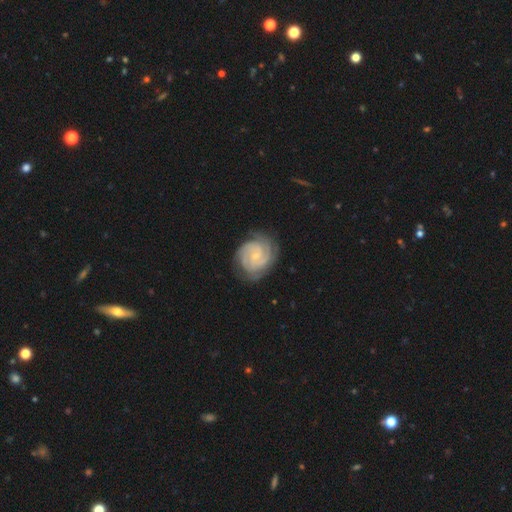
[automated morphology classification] Smooth or featured?
  - featured or disk: 88% *
  - smooth: 7%
  - star or artifact: 5%
Edge-on disk?
  - no: 98% *
  - yes: 2%
Bar?
  - no: 61% *
  - weak: 32%
  - strong: 7%
Spiral arms?
  - yes: 98% *
  - no: 2%
Spiral winding?
  - tight: 73% *
  - medium: 24%
  - loose: 3%
Spiral arm count?
  - 2: 34% *
  - 3: 31%
  - can't tell: 15%
  - 4: 10%
  - more than 4: 5%
  - 1: 5%
Bulge size?
  - small: 77% *
  - moderate: 17%
  - none: 4%
  - large: 1%
  - dominant: 1%
Merging?
  - none: 79% *
  - minor disturbance: 15%
  - major disturbance: 5%
  - merger: 1%